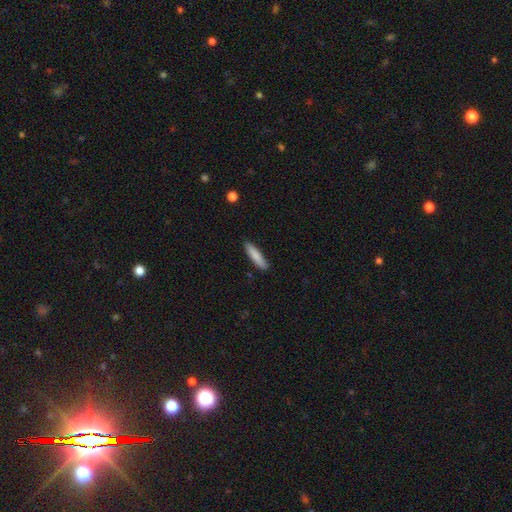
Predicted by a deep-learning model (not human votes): A smooth galaxy with no disk features (83%) that is cigar-shaped (81%).

Vote fractions:
- Smooth or featured? smooth: 83% / featured or disk: 11% / star or artifact: 6%
- How rounded? cigar-shaped: 81% / in between: 18% / round: 1%
- Merging? none: 87% / minor disturbance: 10% / major disturbance: 2% / merger: 1%